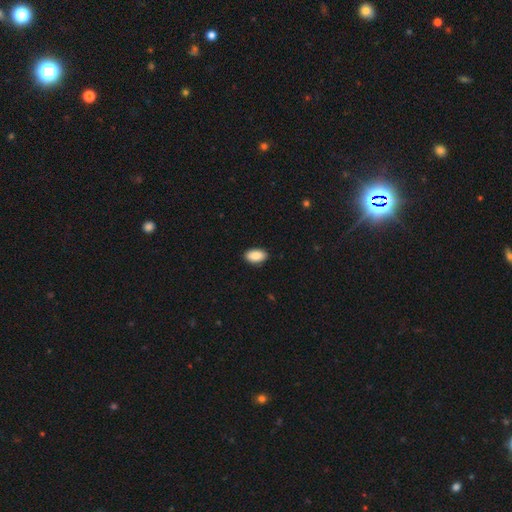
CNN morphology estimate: Smooth or featured: smooth — 89% (star or artifact — 7%)
How rounded: in between — 94% (round — 5%)
Merging: none — 89% (minor disturbance — 8%)